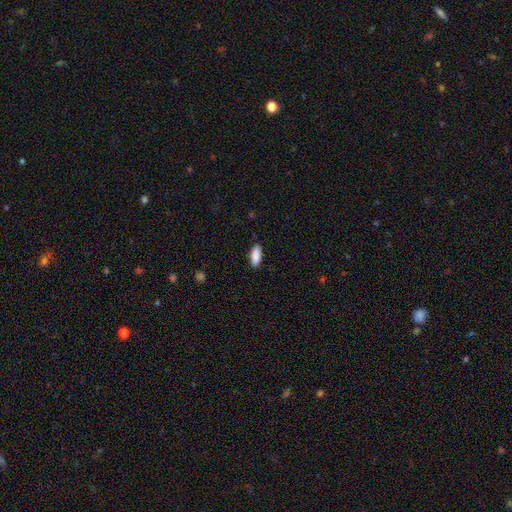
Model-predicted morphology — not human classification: smooth 90%, star or artifact 6%, featured or disk 4%. Down the decision tree: how rounded — in between (80%); merging — none (87%).